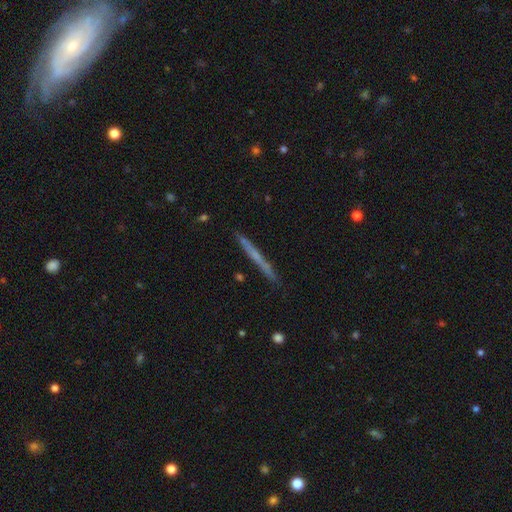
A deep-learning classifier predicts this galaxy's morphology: Q: Smooth or featured?
A: featured or disk (50%); runner-up: smooth (43%)
Q: Merging?
A: none (90%); runner-up: minor disturbance (7%)